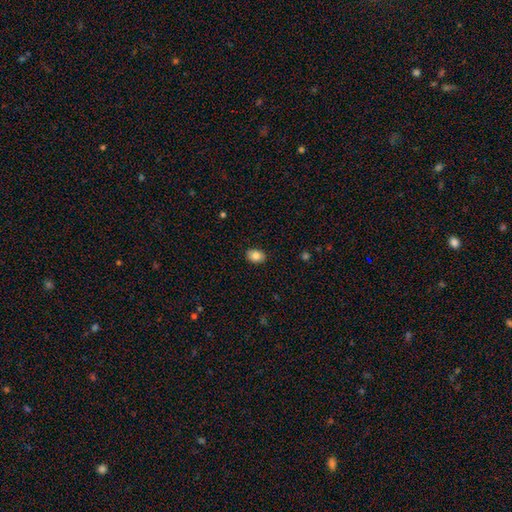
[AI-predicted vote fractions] A smooth galaxy with no disk features (83%) that is in between round and cigar-shaped (72%).

Vote fractions:
- Smooth or featured? smooth: 83% / featured or disk: 9% / star or artifact: 8%
- How rounded? in between: 72% / round: 27% / cigar-shaped: 1%
- Merging? none: 88% / minor disturbance: 9% / major disturbance: 2% / merger: 1%